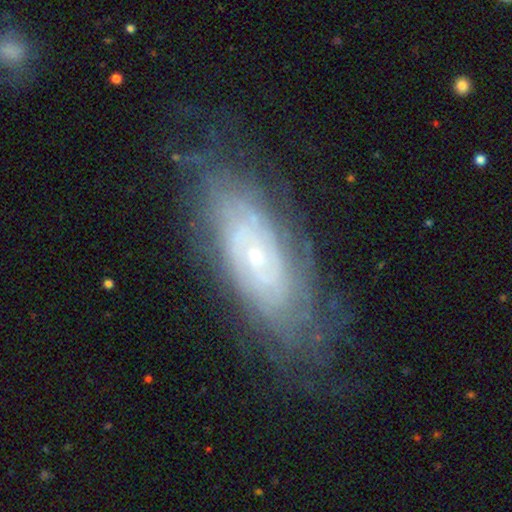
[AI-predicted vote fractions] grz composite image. It shows a featured or disk galaxy (80%) with no bar (72%), tight (78%) spiral arms (90%) and a small central bulge (72%). Merging: none (71%).